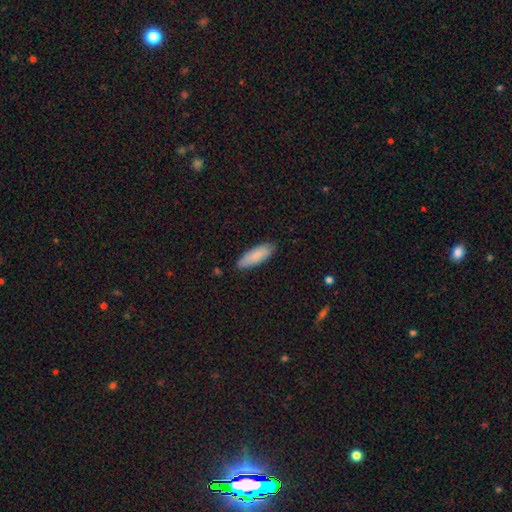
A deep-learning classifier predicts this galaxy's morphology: A smooth galaxy with no disk features (86%) that is in between round and cigar-shaped (59%). Merging: none (84%).